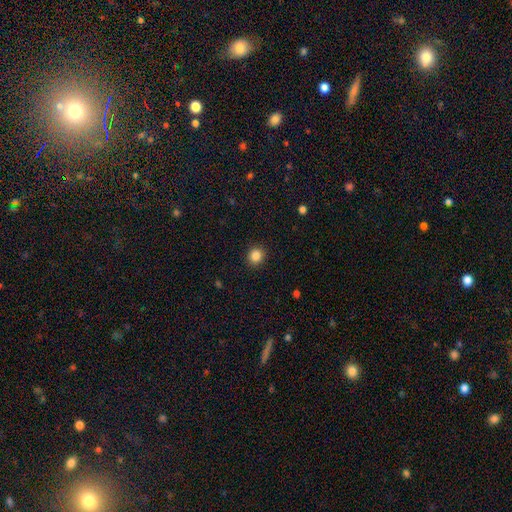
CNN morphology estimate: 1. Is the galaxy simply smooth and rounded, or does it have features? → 86% smooth, 11% star or artifact, 4% featured or disk.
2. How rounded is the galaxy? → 85% round, 14% in between, 1% cigar-shaped.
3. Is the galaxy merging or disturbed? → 91% none, 6% minor disturbance, 2% major disturbance, 1% merger.